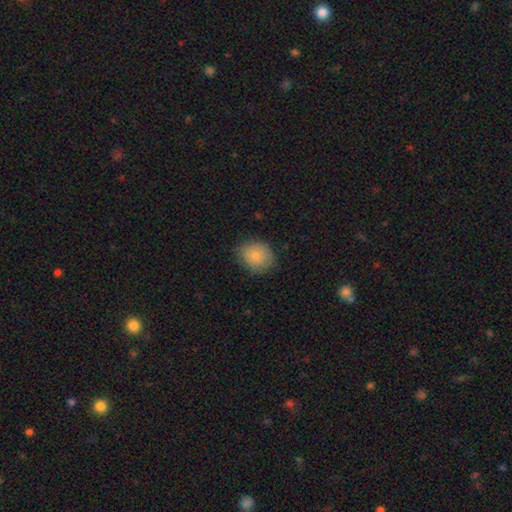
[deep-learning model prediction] smooth_or_featured: smooth (p=0.82) [alt: featured or disk p=0.10]
how_rounded: round (p=0.68) [alt: in between p=0.31]
merging: none (p=0.76) [alt: minor disturbance p=0.19]